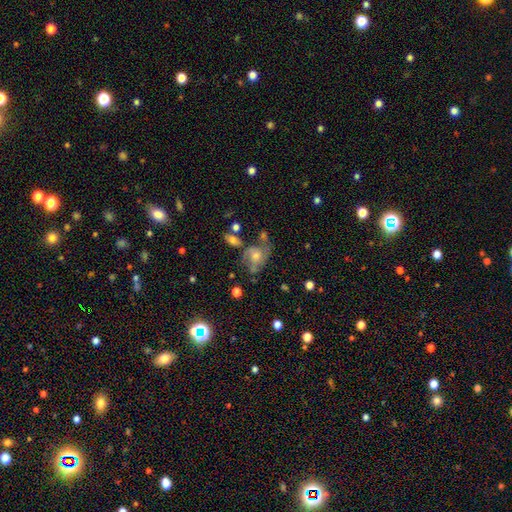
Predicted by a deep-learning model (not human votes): Morphology: type=featured or disk (61%); edge-on=no (97%); bar=no (72%); spiral arms=yes (83%); bulge=moderate (54%); merging=none (47%).